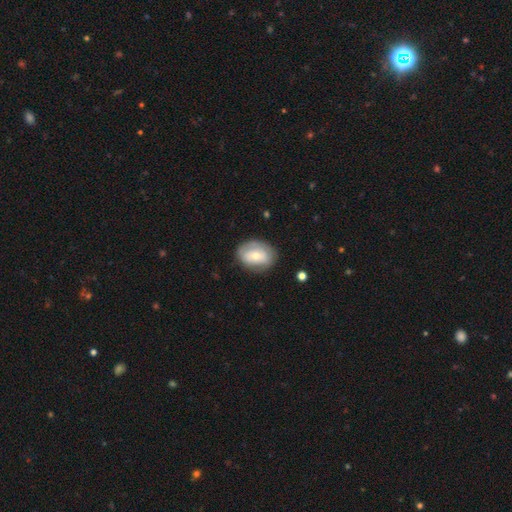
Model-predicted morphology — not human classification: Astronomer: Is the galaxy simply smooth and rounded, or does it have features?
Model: smooth — 51% (runner-up: featured or disk, 43%).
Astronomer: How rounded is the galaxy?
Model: in between — 72%.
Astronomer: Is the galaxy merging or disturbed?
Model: none — 74%.